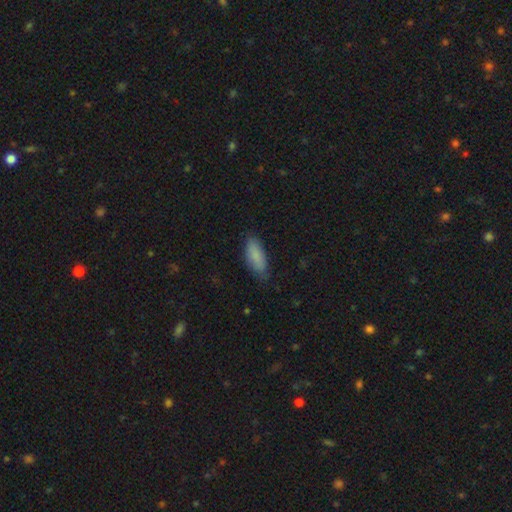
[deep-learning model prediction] Q: Smooth or featured?
A: smooth (86%); runner-up: featured or disk (8%)
Q: How rounded?
A: in between (75%); runner-up: cigar-shaped (23%)
Q: Merging?
A: none (78%); runner-up: minor disturbance (18%)